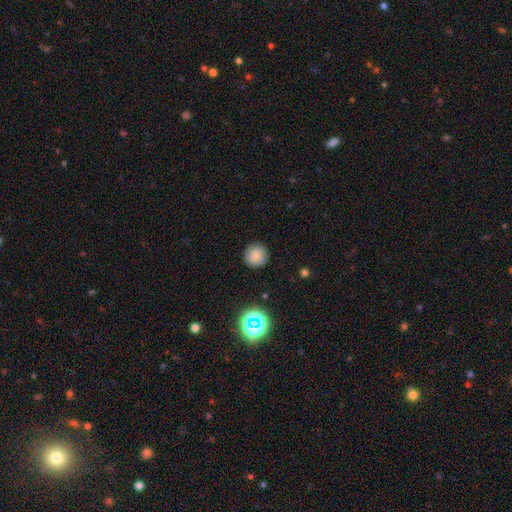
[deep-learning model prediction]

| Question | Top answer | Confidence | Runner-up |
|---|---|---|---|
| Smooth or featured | smooth | 82% | star or artifact (13%) |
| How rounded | round | 95% | in between (4%) |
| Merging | none | 90% | minor disturbance (7%) |